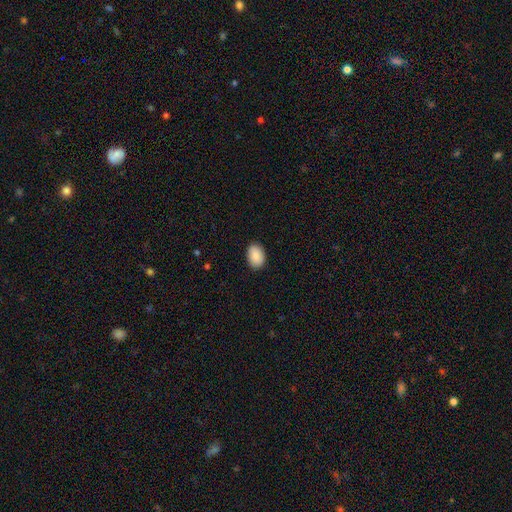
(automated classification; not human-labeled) smooth_or_featured: smooth (p=0.87) [alt: star or artifact p=0.06]
how_rounded: in between (p=0.87) [alt: round p=0.12]
merging: none (p=0.88) [alt: minor disturbance p=0.09]